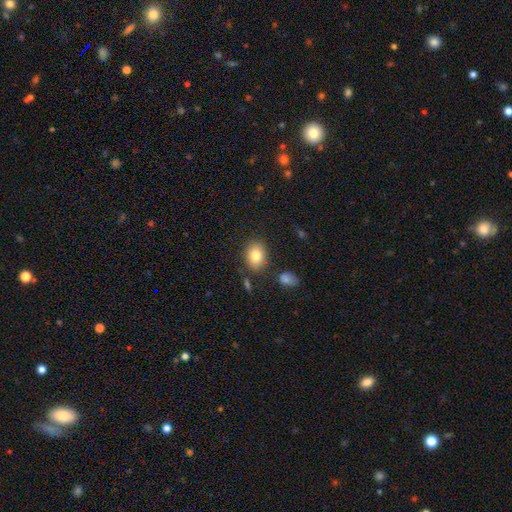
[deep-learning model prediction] smooth-or-featured: smooth: 82% | featured or disk: 9% | star or artifact: 8%
  how-rounded: in between: 64% | round: 35% | cigar-shaped: 1%
  merging: none: 81% | minor disturbance: 11% | merger: 5% | major disturbance: 3%